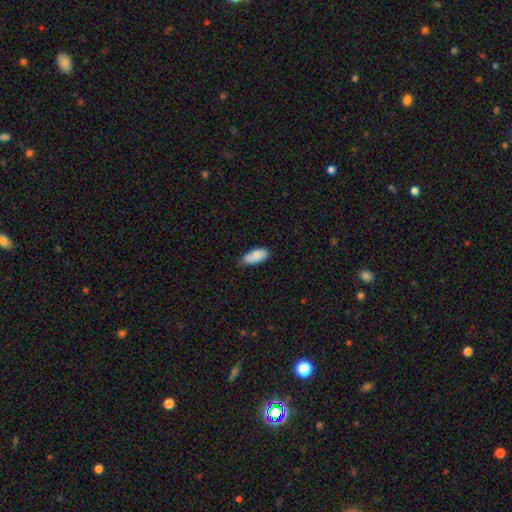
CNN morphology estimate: This appears to be a smooth galaxy with no disk features (86%) that is in between round and cigar-shaped (86%). Merging: none (73%).